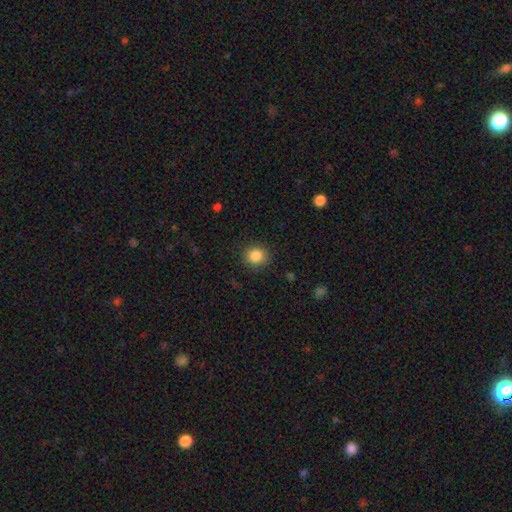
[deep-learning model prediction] The model was most divided on "how rounded": round: 82%, in between: 17%, cigar-shaped: 1%. More confident: merging — none (88%); smooth or featured — smooth (86%).